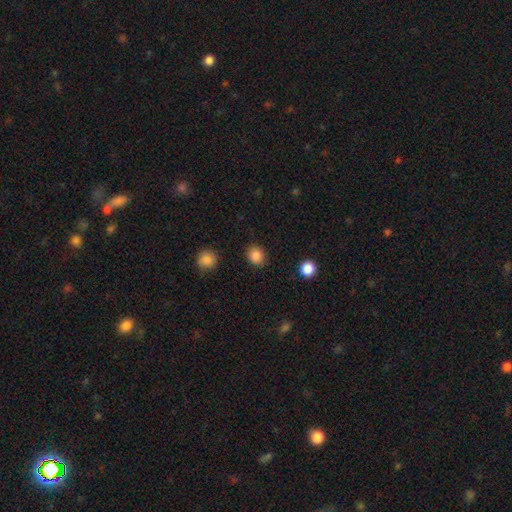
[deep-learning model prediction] The model was most divided on "how rounded": round: 78%, in between: 21%, cigar-shaped: 1%. More confident: merging — none (89%); smooth or featured — smooth (86%).